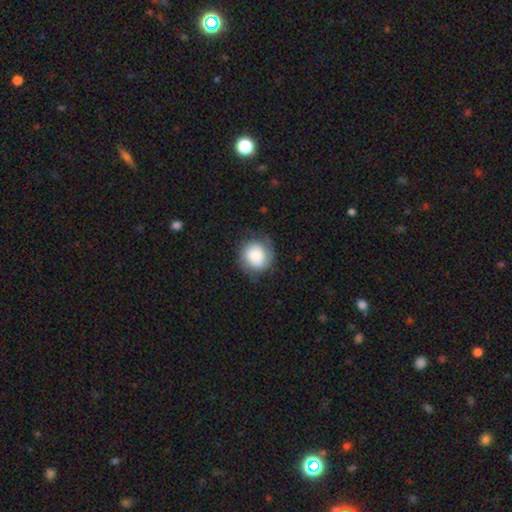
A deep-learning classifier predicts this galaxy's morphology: smooth 65%, featured or disk 27%, star or artifact 8%. Down the decision tree: how rounded — round (84%); merging — none (69%).